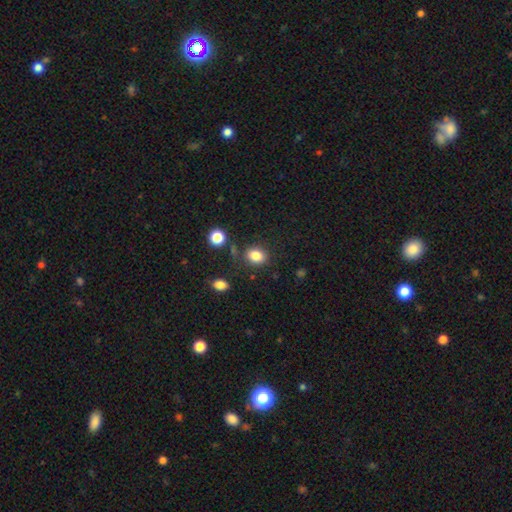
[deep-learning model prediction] Morphology: type=smooth (84%); roundness=in between (53%); merging=none (78%).